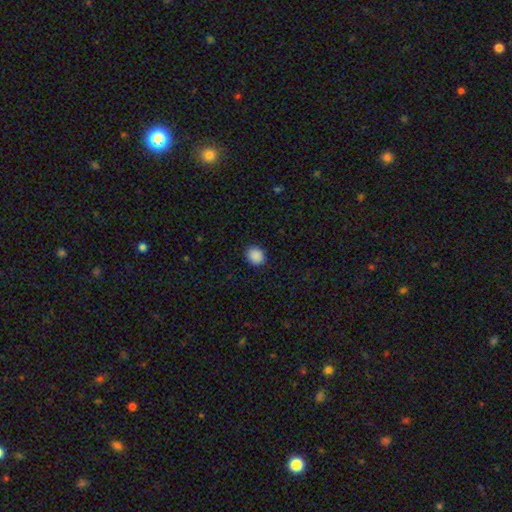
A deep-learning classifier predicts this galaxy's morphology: Q: Smooth or featured?
A: smooth (89%); runner-up: star or artifact (9%)
Q: How rounded?
A: round (68%); runner-up: in between (31%)
Q: Merging?
A: none (90%); runner-up: minor disturbance (7%)